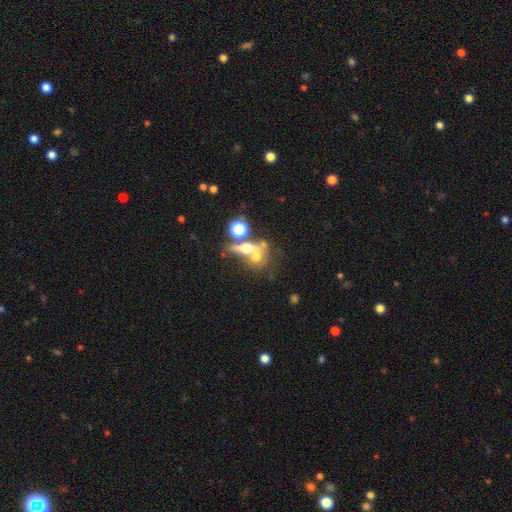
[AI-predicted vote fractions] smooth-or-featured: smooth: 50% | featured or disk: 32% | star or artifact: 18%
  how-rounded: round: 54% | in between: 39% | cigar-shaped: 7%
  merging: merger: 56% | none: 24% | major disturbance: 12% | minor disturbance: 9%